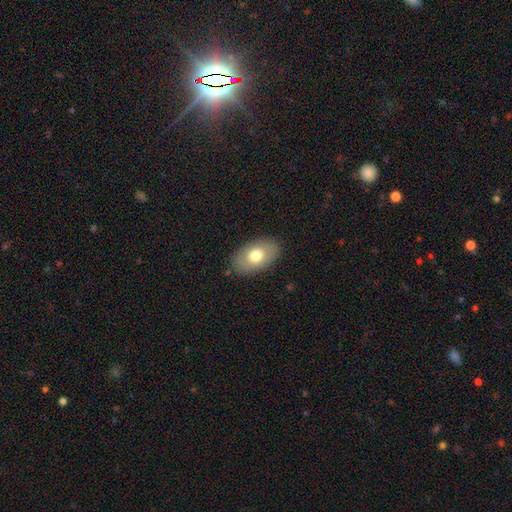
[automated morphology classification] Q: Smooth or featured?
A: smooth (71%); runner-up: featured or disk (22%)
Q: How rounded?
A: in between (91%); runner-up: round (8%)
Q: Merging?
A: none (85%); runner-up: minor disturbance (11%)